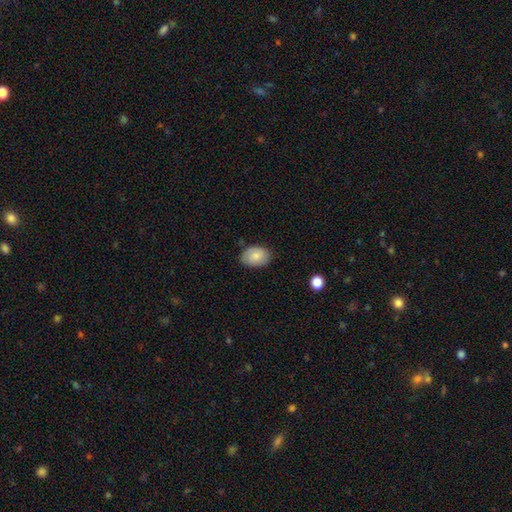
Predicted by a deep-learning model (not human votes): Morphology: type=smooth (82%); roundness=in between (80%); merging=none (77%).